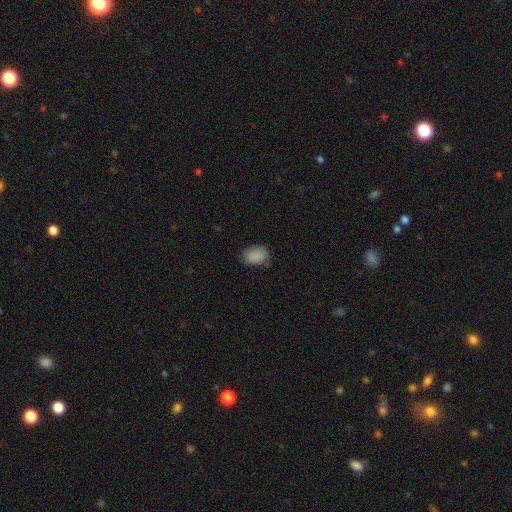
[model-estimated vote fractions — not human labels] Q: Smooth or featured?
A: smooth (87%); runner-up: star or artifact (9%)
Q: How rounded?
A: in between (76%); runner-up: round (23%)
Q: Merging?
A: none (74%); runner-up: minor disturbance (21%)